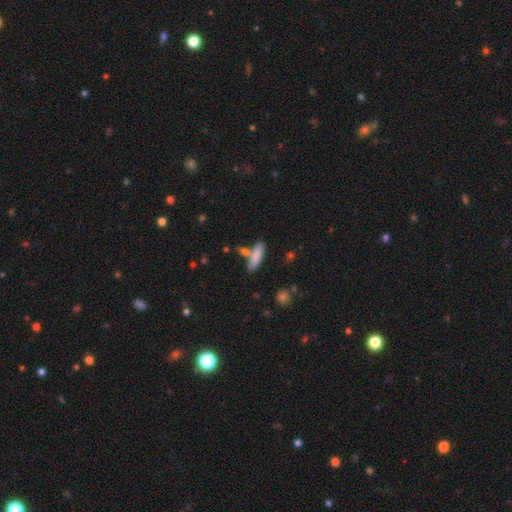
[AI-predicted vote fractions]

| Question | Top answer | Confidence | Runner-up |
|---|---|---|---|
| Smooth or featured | smooth | 83% | featured or disk (11%) |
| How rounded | cigar-shaped | 60% | in between (38%) |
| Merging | none | 65% | merger (17%) |